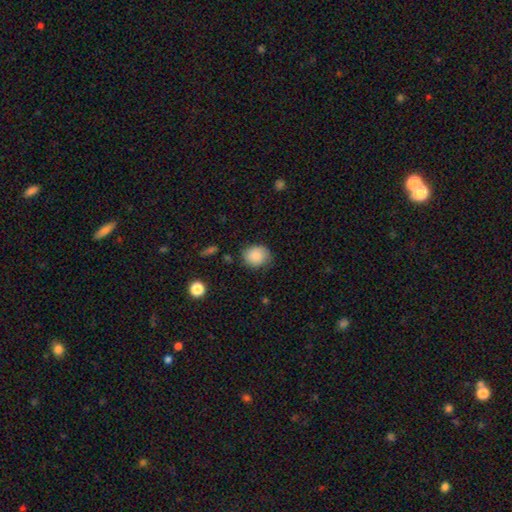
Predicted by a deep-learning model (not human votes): Q: Smooth or featured?
A: smooth (83%); runner-up: featured or disk (8%)
Q: How rounded?
A: round (66%); runner-up: in between (33%)
Q: Merging?
A: none (71%); runner-up: minor disturbance (22%)